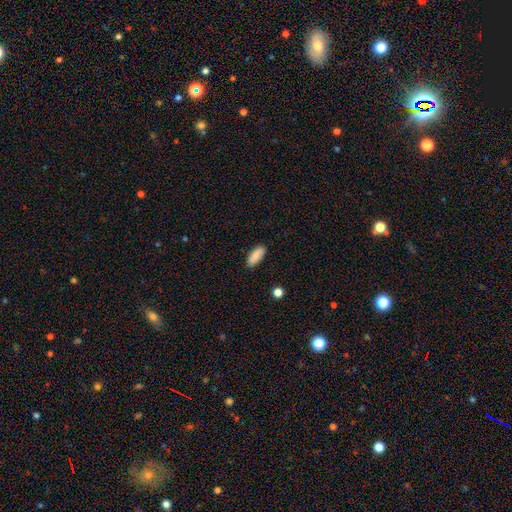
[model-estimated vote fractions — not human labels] A smooth galaxy with no disk features (87%) that is in between round and cigar-shaped (81%).

Vote fractions:
- Smooth or featured? smooth: 87% / star or artifact: 7% / featured or disk: 7%
- How rounded? in between: 81% / cigar-shaped: 17% / round: 2%
- Merging? none: 88% / minor disturbance: 9% / major disturbance: 2% / merger: 1%